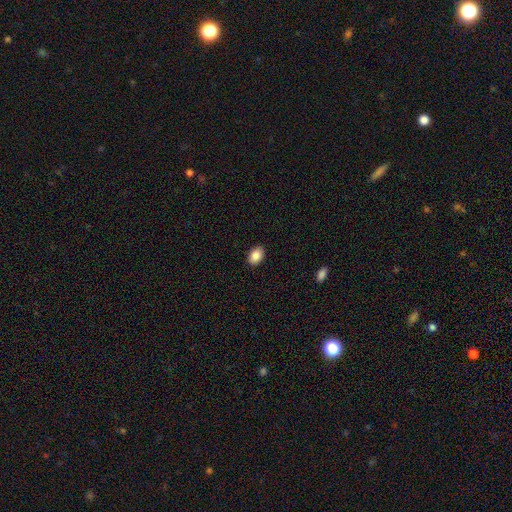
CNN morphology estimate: The model was most divided on "how rounded": in between: 85%, round: 14%, cigar-shaped: 1%. More confident: merging — none (90%); smooth or featured — smooth (87%).